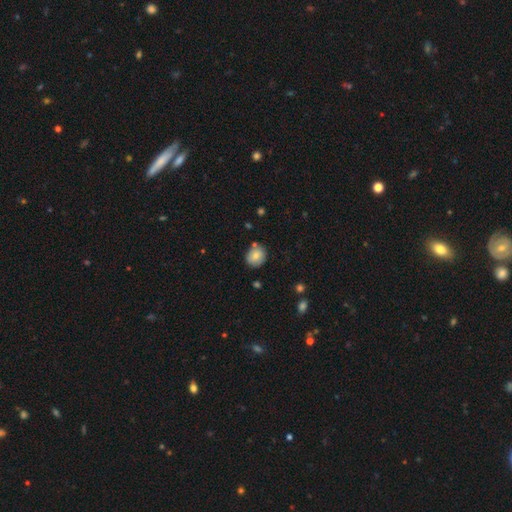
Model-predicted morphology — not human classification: Q: Smooth or featured?
A: smooth (76%); runner-up: featured or disk (15%)
Q: How rounded?
A: round (79%); runner-up: in between (20%)
Q: Merging?
A: none (77%); runner-up: minor disturbance (15%)